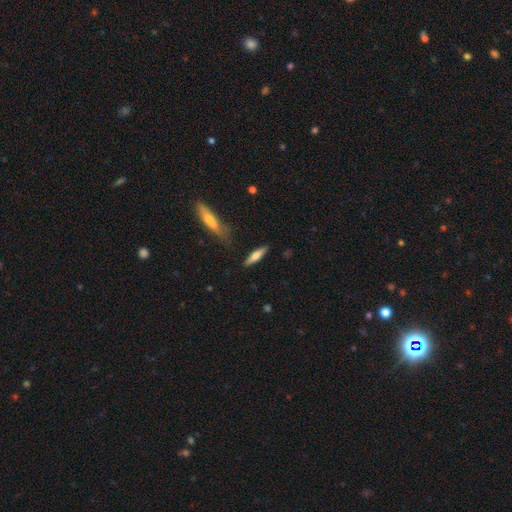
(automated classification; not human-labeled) A smooth galaxy with no disk features (57%) that is cigar-shaped (71%).

Vote fractions:
- Smooth or featured? smooth: 57% / featured or disk: 37% / star or artifact: 6%
- How rounded? cigar-shaped: 71% / in between: 27% / round: 2%
- Merging? none: 84% / minor disturbance: 10% / major disturbance: 3% / merger: 3%